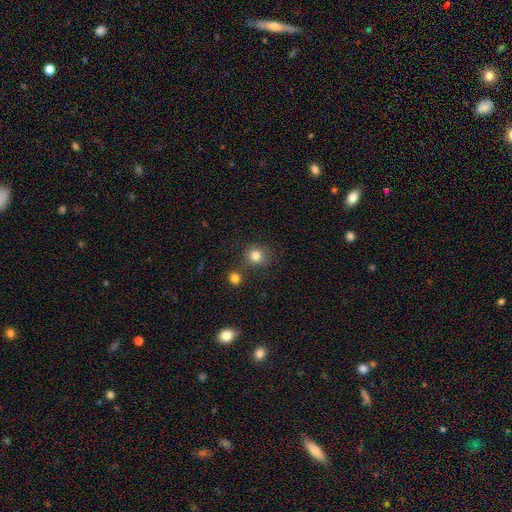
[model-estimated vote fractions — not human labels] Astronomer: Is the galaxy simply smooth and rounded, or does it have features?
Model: smooth — 81%.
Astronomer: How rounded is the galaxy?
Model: round — 88%.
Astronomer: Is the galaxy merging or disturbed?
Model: none — 76%.